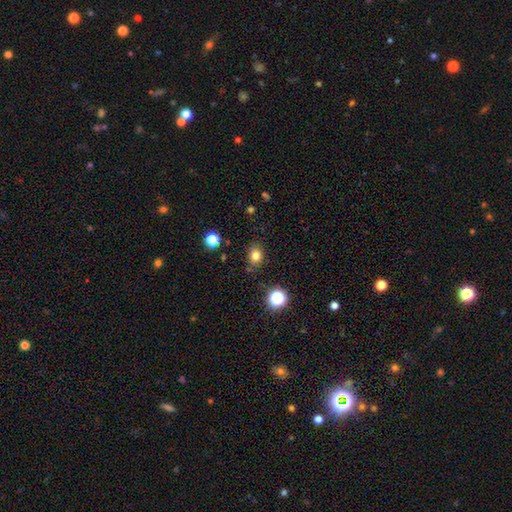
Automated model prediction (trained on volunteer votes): Morphology: type=smooth (79%); roundness=round (51%); merging=none (80%).